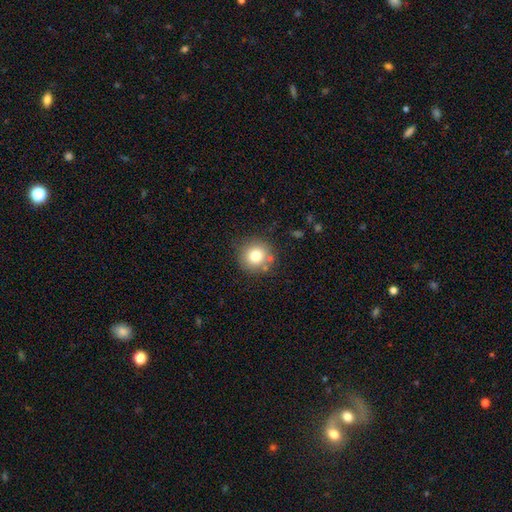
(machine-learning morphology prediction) smooth 78%, star or artifact 11%, featured or disk 11%. Down the decision tree: how rounded — round (92%); merging — none (80%).